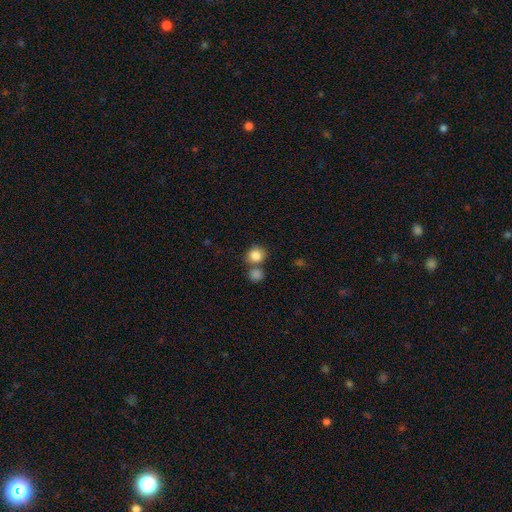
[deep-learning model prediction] Overall: smooth (84%). How rounded: round (84%). Merging: none (62%; merger 25%).